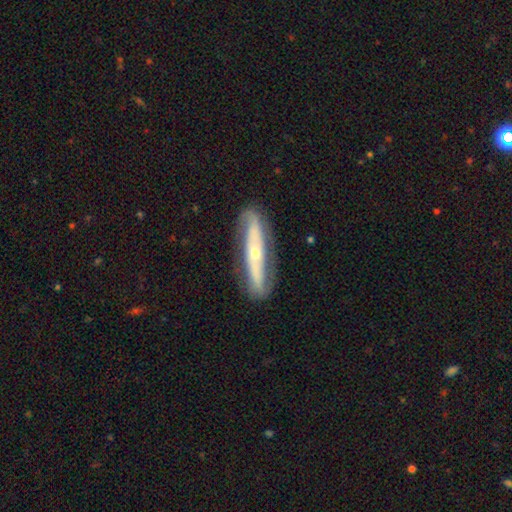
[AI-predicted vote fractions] A featured or disk galaxy (75%).

Vote fractions:
- Smooth or featured? featured or disk: 75% / smooth: 19% / star or artifact: 6%
- Edge-on disk? no: 55% / yes: 45%
- Merging? none: 83% / minor disturbance: 12% / major disturbance: 4% / merger: 1%